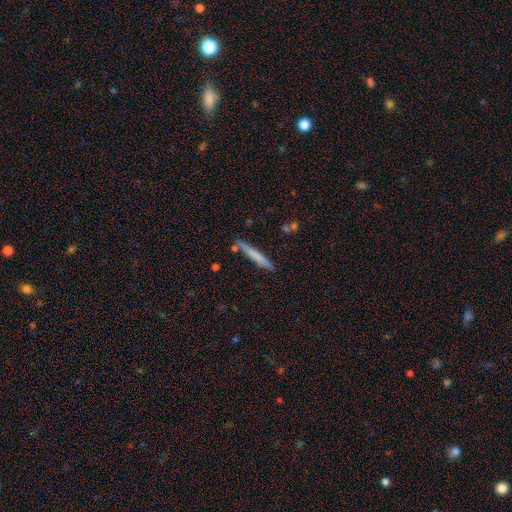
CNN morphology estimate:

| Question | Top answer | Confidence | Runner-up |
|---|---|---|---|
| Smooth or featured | smooth | 67% | featured or disk (26%) |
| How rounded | cigar-shaped | 95% | in between (4%) |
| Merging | none | 80% | minor disturbance (13%) |